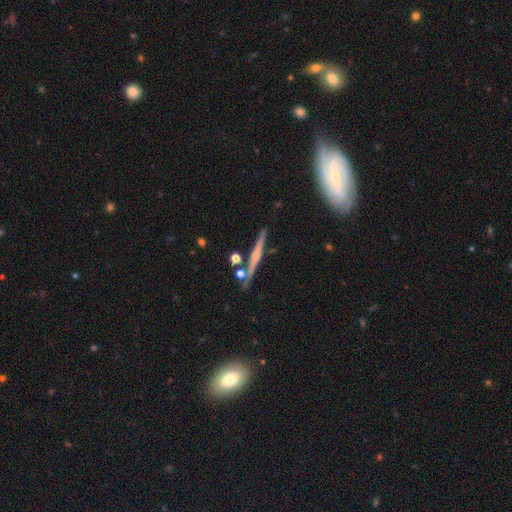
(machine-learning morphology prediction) A featured or disk galaxy (66%) viewed edge-on (97%) with a rounded central bulge (54%).

Vote fractions:
- Smooth or featured? featured or disk: 66% / smooth: 26% / star or artifact: 7%
- Edge-on disk? yes: 97% / no: 3%
- Edge-on bulge? rounded: 54% / none: 33% / boxy: 13%
- Merging? none: 83% / minor disturbance: 9% / merger: 6% / major disturbance: 2%